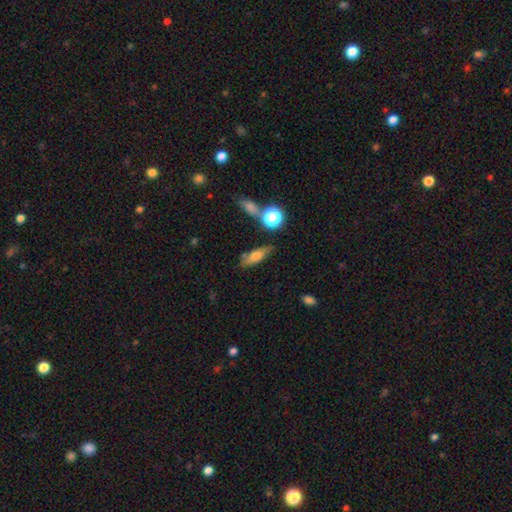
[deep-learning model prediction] Smooth or featured?
  - smooth: 70% *
  - featured or disk: 19%
  - star or artifact: 11%
How rounded?
  - in between: 53% *
  - cigar-shaped: 38%
  - round: 8%
Merging?
  - none: 68% *
  - minor disturbance: 17%
  - merger: 9%
  - major disturbance: 5%